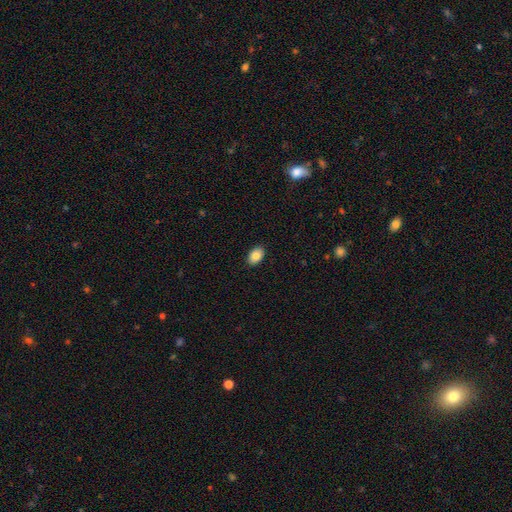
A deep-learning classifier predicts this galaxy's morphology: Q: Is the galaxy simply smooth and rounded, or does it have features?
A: smooth — 86%.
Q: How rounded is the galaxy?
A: in between — 86%.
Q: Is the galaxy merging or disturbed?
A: none — 89%.